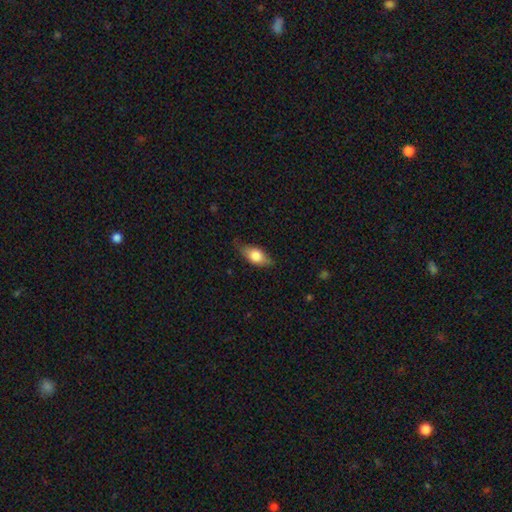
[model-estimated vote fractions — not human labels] smooth 70%, featured or disk 23%, star or artifact 7%. Down the decision tree: how rounded — in between (83%); merging — none (73%).